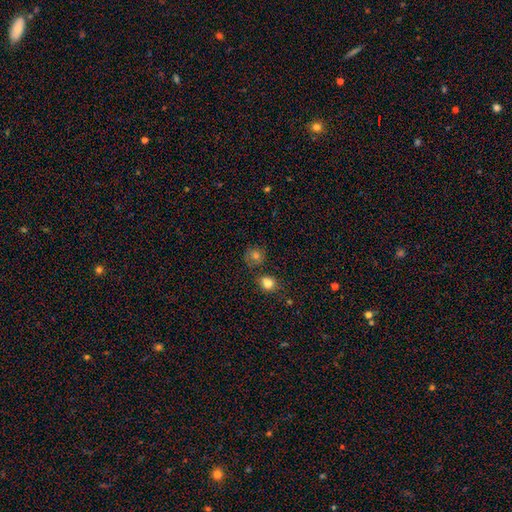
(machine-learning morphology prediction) smooth_or_featured: smooth (p=0.72) [alt: featured or disk p=0.14]
how_rounded: round (p=0.83) [alt: in between p=0.16]
merging: none (p=0.67) [alt: minor disturbance p=0.16]